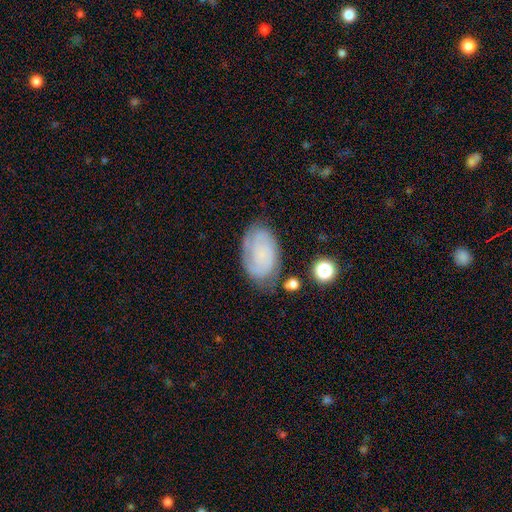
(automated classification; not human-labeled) Q: Smooth or featured?
A: featured or disk (59%); runner-up: smooth (31%)
Q: Edge-on disk?
A: no (97%); runner-up: yes (3%)
Q: Bar?
A: no (74%); runner-up: weak (22%)
Q: Spiral arms?
A: yes (89%); runner-up: no (11%)
Q: Spiral winding?
A: tight (63%); runner-up: medium (28%)
Q: Spiral arm count?
A: 2 (38%); runner-up: can't tell (34%)
Q: Bulge size?
A: small (48%); runner-up: none (40%)
Q: Merging?
A: none (70%); runner-up: minor disturbance (20%)